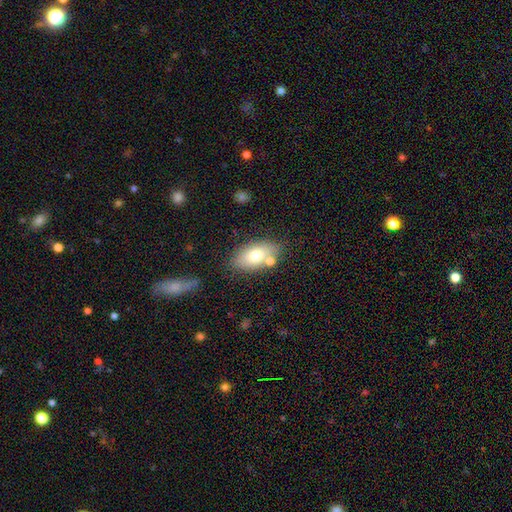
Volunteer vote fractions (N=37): smooth_or_featured: smooth (p=0.81) [alt: featured or disk p=0.16]
how_rounded: in between (p=0.97) [alt: round p=0.03]
merging: none (p=0.67) [alt: major disturbance p=0.14]